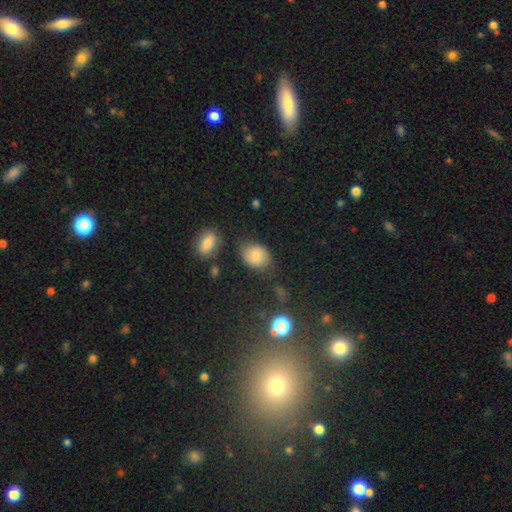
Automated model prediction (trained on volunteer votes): Smooth or featured: smooth — 77% (featured or disk — 12%)
How rounded: in between — 60% (round — 38%)
Merging: none — 69% (minor disturbance — 20%)